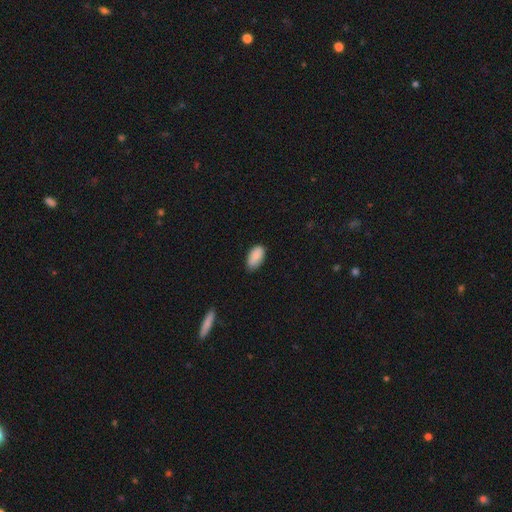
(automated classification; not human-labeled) This is clearly a smooth galaxy (89%). How rounded: clearly in between (94%). Merging: likely none (73%).